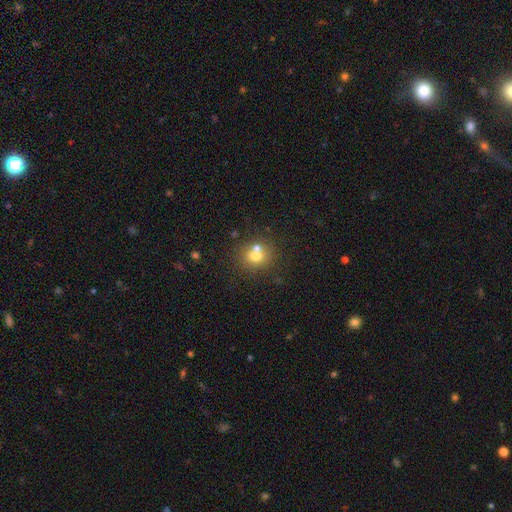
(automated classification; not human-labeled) The model was most divided on "merging": none: 55%, merger: 33%, minor disturbance: 9%, major disturbance: 3%. More confident: how rounded — round (81%); smooth or featured — smooth (70%).